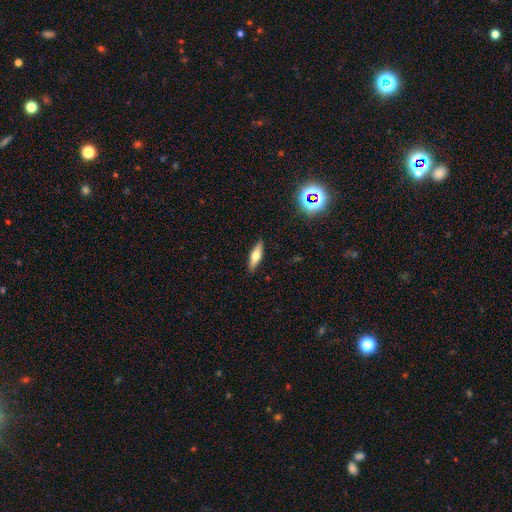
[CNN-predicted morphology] Smooth or featured: smooth — 49% (featured or disk — 43%)
Merging: none — 89% (minor disturbance — 8%)